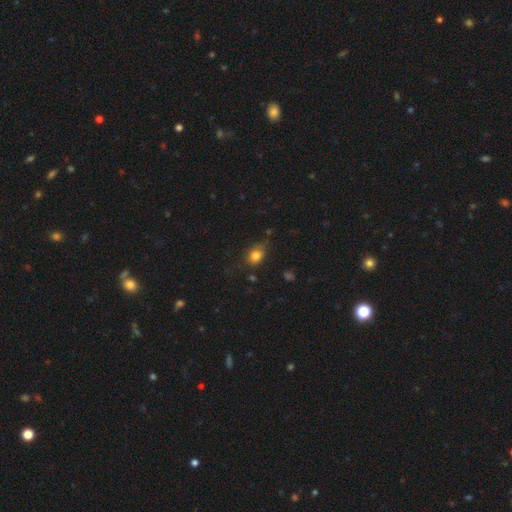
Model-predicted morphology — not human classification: smooth-or-featured: smooth: 81% | star or artifact: 11% | featured or disk: 7%
  how-rounded: in between: 51% | round: 48% | cigar-shaped: 2%
  merging: none: 63% | minor disturbance: 27% | major disturbance: 7% | merger: 3%